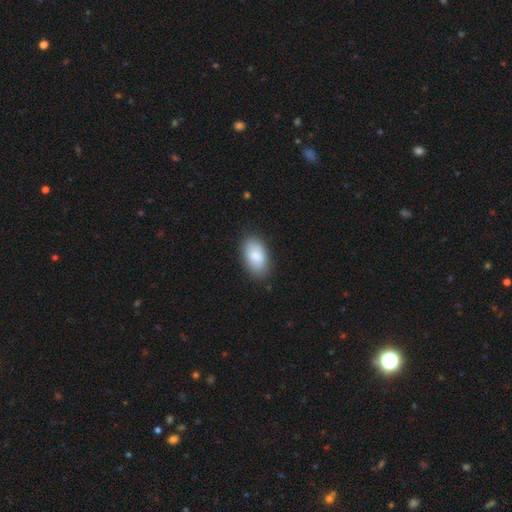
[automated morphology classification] smooth-or-featured: smooth: 85% | featured or disk: 9% | star or artifact: 6%
  how-rounded: in between: 94% | round: 4% | cigar-shaped: 2%
  merging: none: 84% | minor disturbance: 12% | major disturbance: 3% | merger: 1%